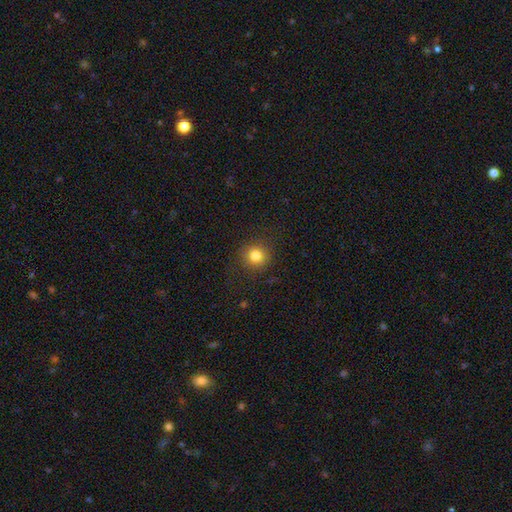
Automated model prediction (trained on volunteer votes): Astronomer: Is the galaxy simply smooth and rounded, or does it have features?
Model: smooth — 83%.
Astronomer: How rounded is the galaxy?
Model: round — 92%.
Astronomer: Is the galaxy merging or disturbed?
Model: none — 88%.